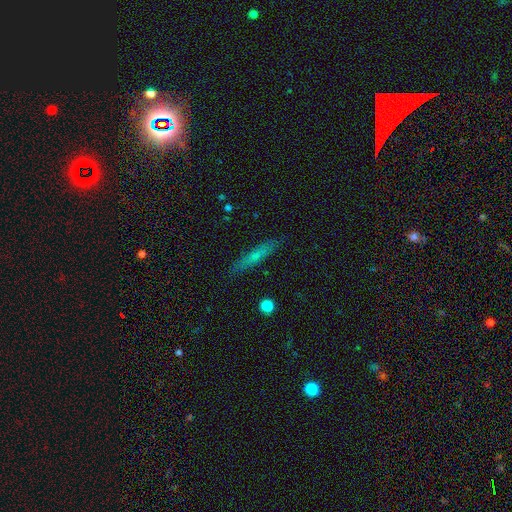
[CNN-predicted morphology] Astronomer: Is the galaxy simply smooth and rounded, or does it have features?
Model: smooth — 56% (runner-up: featured or disk, 35%).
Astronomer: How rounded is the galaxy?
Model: cigar-shaped — 90%.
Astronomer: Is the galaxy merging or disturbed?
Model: none — 88%.